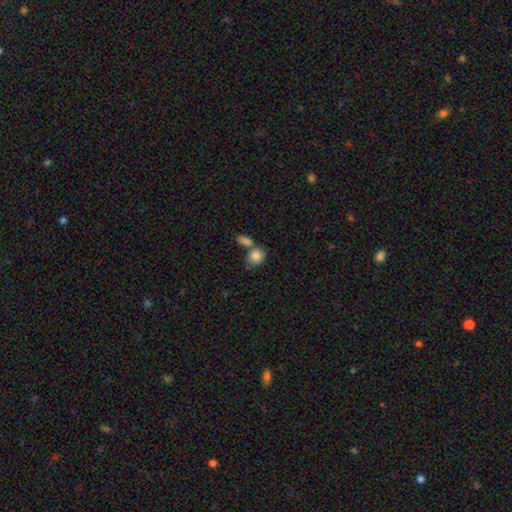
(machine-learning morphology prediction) A smooth galaxy with no disk features (84%) that is in between round and cigar-shaped (57%).

Vote fractions:
- Smooth or featured? smooth: 84% / featured or disk: 9% / star or artifact: 7%
- How rounded? in between: 57% / round: 41% / cigar-shaped: 1%
- Merging? none: 43% / merger: 37% / minor disturbance: 14% / major disturbance: 5%